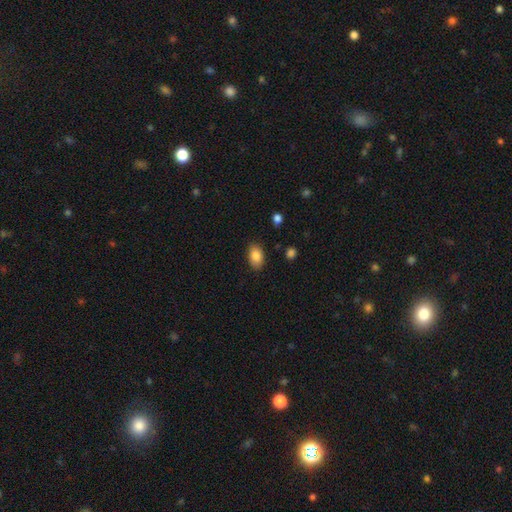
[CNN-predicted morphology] Smooth or featured? smooth (86%)
How rounded? in between (89%)
Merging? none (85%)